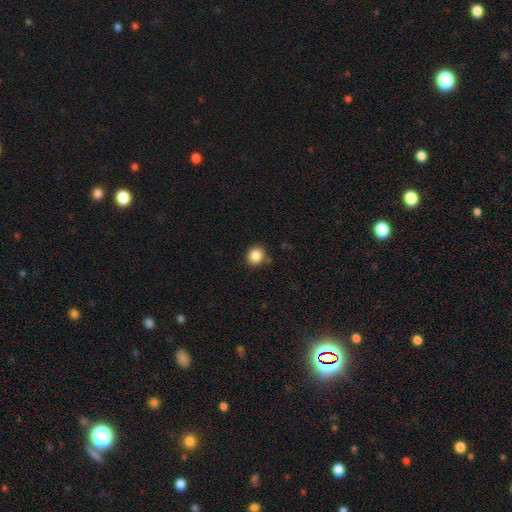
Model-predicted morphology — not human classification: Smooth or featured? Predicted: smooth (p=0.86). How rounded? Predicted: round (p=0.80). Merging? Predicted: none (p=0.83).